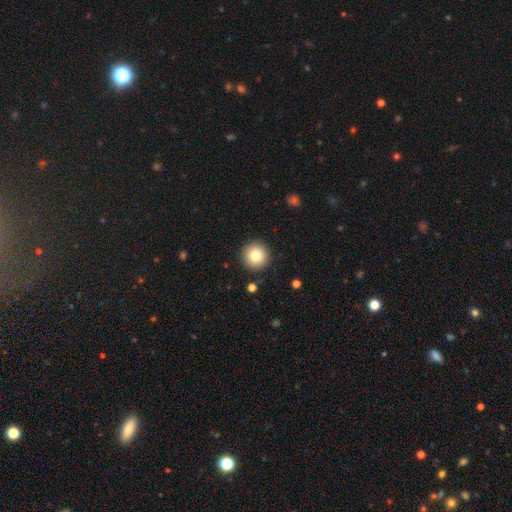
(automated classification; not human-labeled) Overall: smooth (80%). How rounded: round (96%). Merging: none (92%).